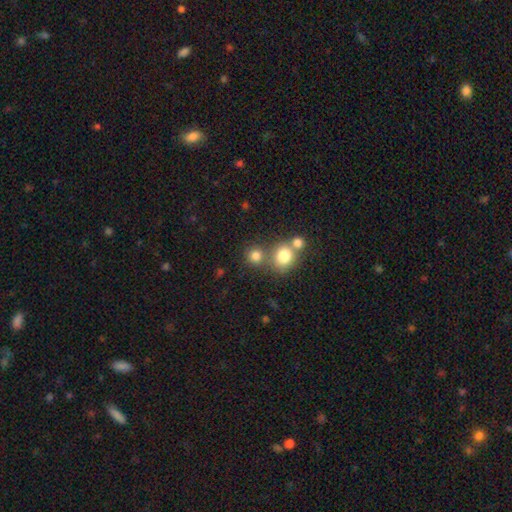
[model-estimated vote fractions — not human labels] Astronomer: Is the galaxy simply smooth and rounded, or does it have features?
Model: smooth — 78%.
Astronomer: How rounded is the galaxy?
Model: round — 84%.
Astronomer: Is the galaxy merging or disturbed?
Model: none — 56% (runner-up: merger, 33%).